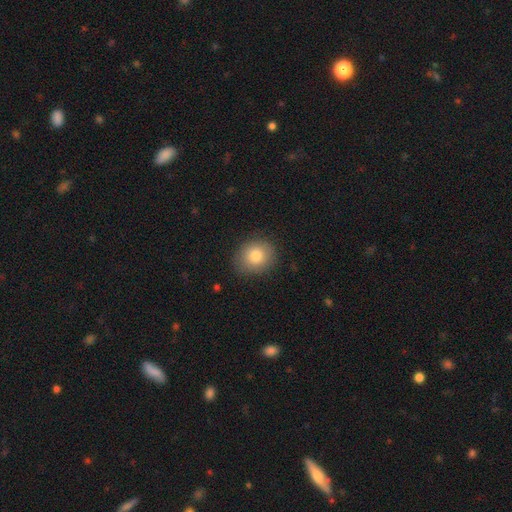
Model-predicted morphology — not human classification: This is clearly a smooth galaxy (81%). How rounded: likely round (69%). Merging: clearly none (84%).